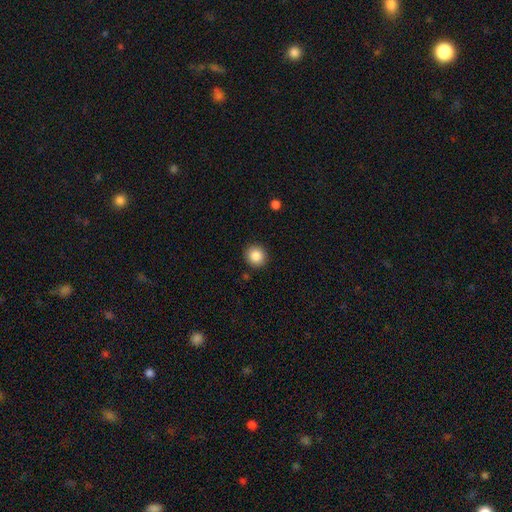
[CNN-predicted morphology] A smooth galaxy with no disk features (86%) that is round (88%). Merging: none (90%).